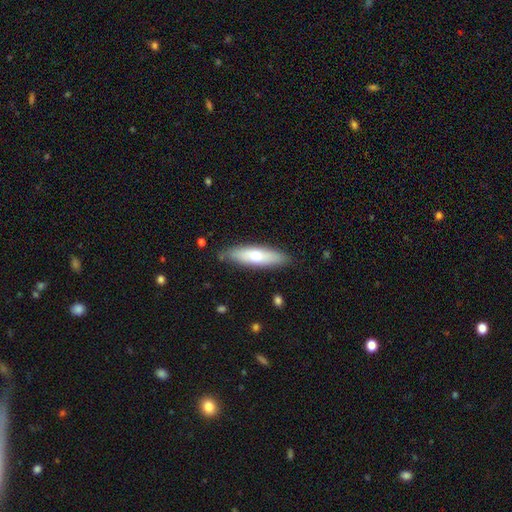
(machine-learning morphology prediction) The model was most divided on "how rounded": cigar-shaped: 58%, in between: 41%, round: 2%. More confident: merging — none (83%); smooth or featured — smooth (68%).